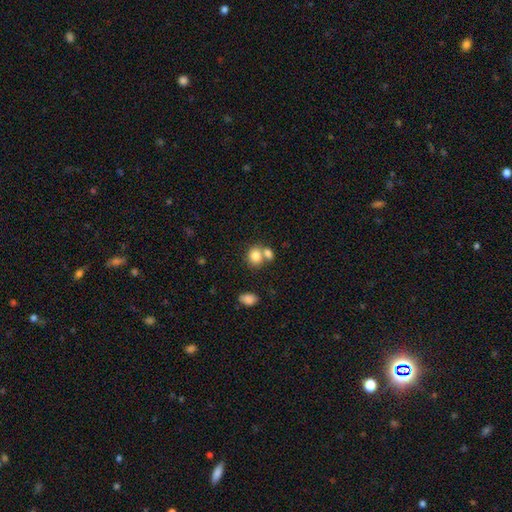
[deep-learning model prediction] This is clearly a smooth galaxy (82%). How rounded: possibly round (55%). Merging: marginally merger (45%).